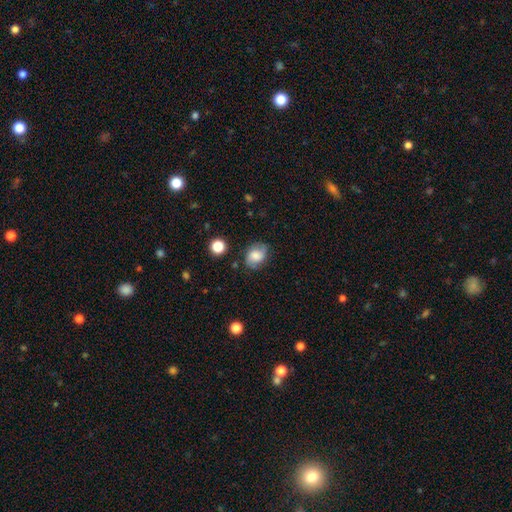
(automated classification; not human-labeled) smooth 58%, featured or disk 32%, star or artifact 10%. Down the decision tree: how rounded — in between (58%); merging — none (73%).